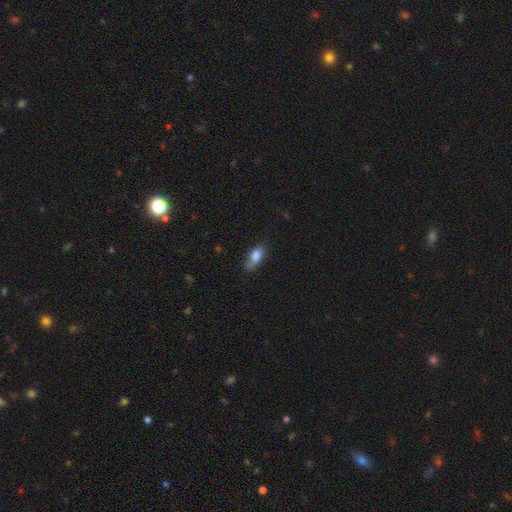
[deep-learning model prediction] Overall: smooth (77%). How rounded: in between (75%). Merging: none (66%).